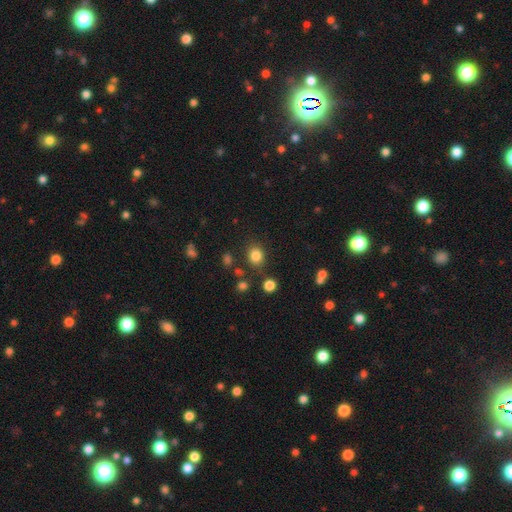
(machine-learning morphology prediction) smooth 82%, star or artifact 13%, featured or disk 6%. Down the decision tree: how rounded — round (67%); merging — none (80%).